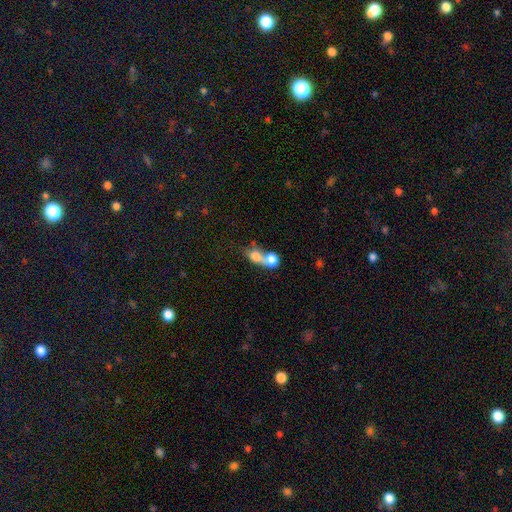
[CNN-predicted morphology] type=smooth (73%); roundness=in between (48%, tied with round); merging=merger (73%).